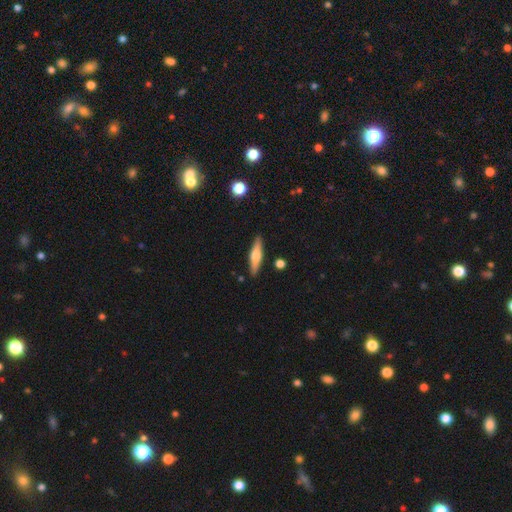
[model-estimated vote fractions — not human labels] A featured or disk galaxy (50%) viewed edge-on (94%).

Vote fractions:
- Smooth or featured? featured or disk: 50% / smooth: 44% / star or artifact: 6%
- Edge-on disk? yes: 94% / no: 6%
- Merging? none: 88% / minor disturbance: 8% / merger: 2% / major disturbance: 2%